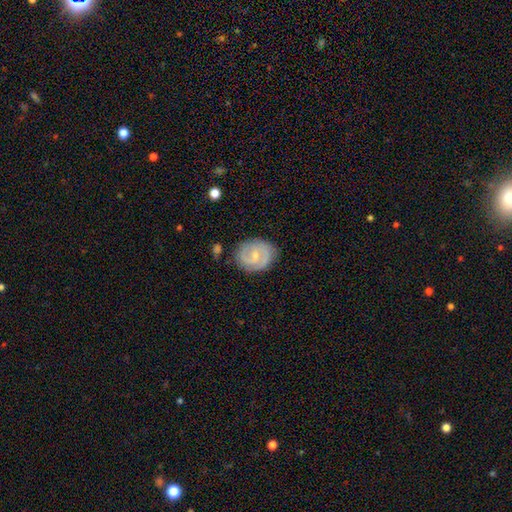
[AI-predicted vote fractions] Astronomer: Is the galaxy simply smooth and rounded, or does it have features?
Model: featured or disk — 76%.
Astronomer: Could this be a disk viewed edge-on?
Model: no — 98%.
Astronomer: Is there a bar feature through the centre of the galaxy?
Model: weak — 51% (runner-up: no, 39%).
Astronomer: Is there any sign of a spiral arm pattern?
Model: yes — 93%.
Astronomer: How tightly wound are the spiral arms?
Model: tight — 45% (runner-up: medium, 43%).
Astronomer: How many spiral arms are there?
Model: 2 — 81%.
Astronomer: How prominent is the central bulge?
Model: small — 66%.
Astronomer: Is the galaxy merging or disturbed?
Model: none — 79%.